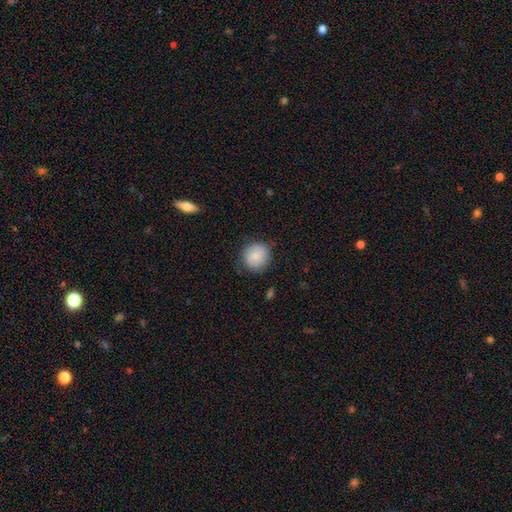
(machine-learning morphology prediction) smooth_or_featured: smooth (p=0.84) [alt: featured or disk p=0.09]
how_rounded: round (p=0.89) [alt: in between p=0.10]
merging: none (p=0.83) [alt: minor disturbance p=0.13]